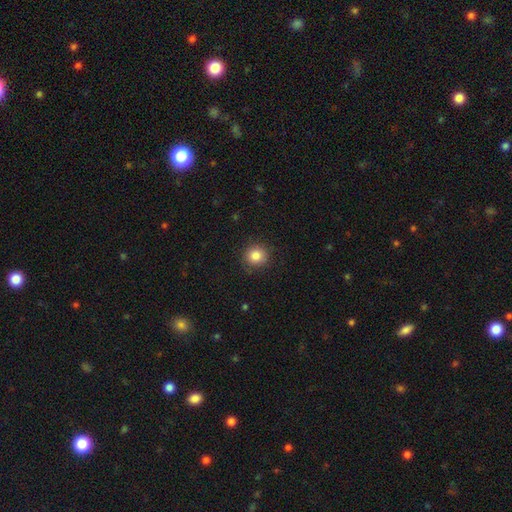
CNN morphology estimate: smooth 85%, star or artifact 10%, featured or disk 5%. Down the decision tree: how rounded — round (90%); merging — none (88%).